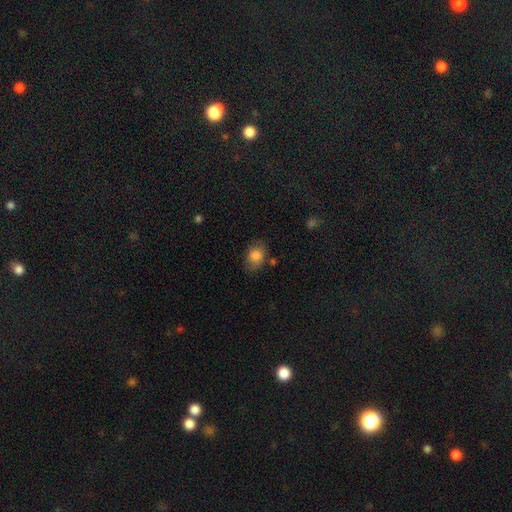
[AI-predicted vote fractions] A smooth galaxy with no disk features (81%) that is in between round and cigar-shaped (77%). Merging: none (71%).